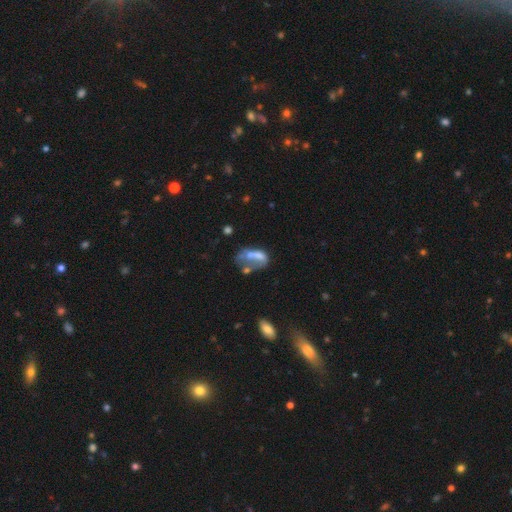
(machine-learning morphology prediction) type=smooth (46%); merging=major disturbance (35%).